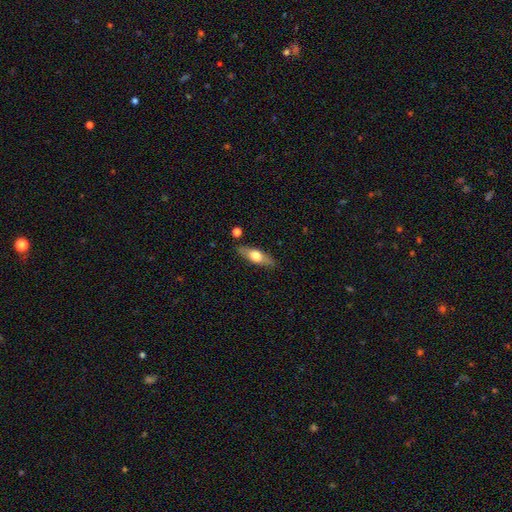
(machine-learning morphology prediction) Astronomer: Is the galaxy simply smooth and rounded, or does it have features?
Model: smooth — 52% (runner-up: featured or disk, 42%).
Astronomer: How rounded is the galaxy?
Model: in between — 55% (runner-up: cigar-shaped, 42%).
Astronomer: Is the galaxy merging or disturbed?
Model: none — 84%.